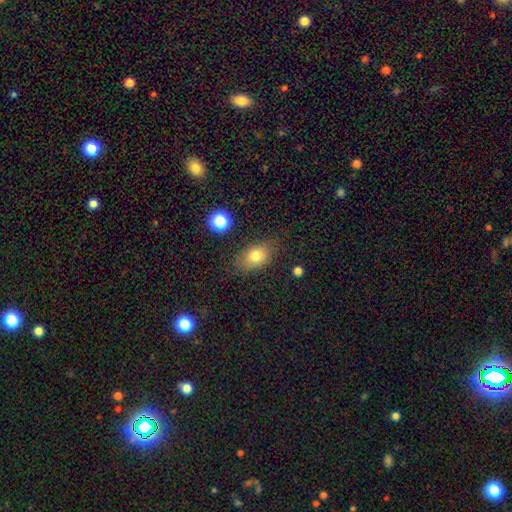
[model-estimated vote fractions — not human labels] Smooth or featured? Predicted: smooth (p=0.77). How rounded? Predicted: in between (p=0.80). Merging? Predicted: none (p=0.77).